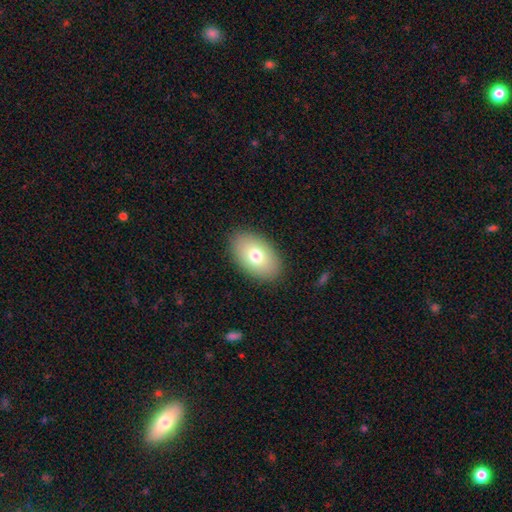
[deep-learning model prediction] Overall: smooth (75%). How rounded: in between (92%). Merging: none (88%).